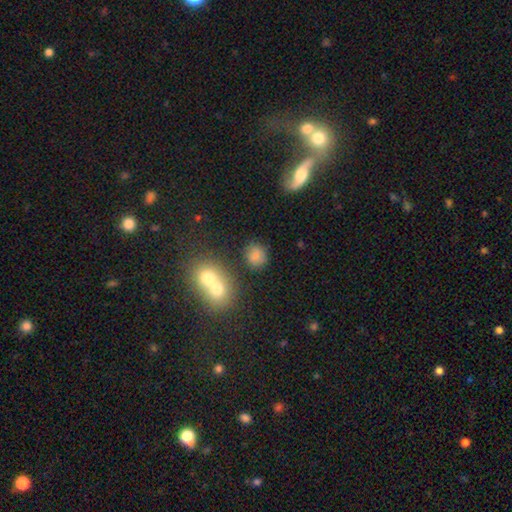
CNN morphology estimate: Smooth or featured? smooth (78%)
How rounded? round (80%)
Merging? none (72%)